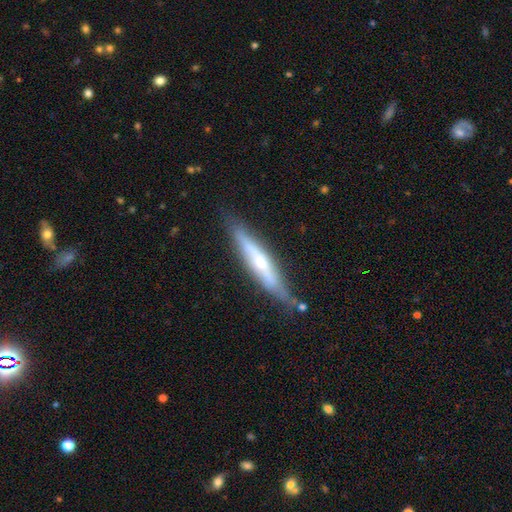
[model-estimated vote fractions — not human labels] Smooth or featured? featured or disk (63%)
Edge-on disk? yes (89%)
Edge-on bulge? rounded (67%)
Merging? none (77%)